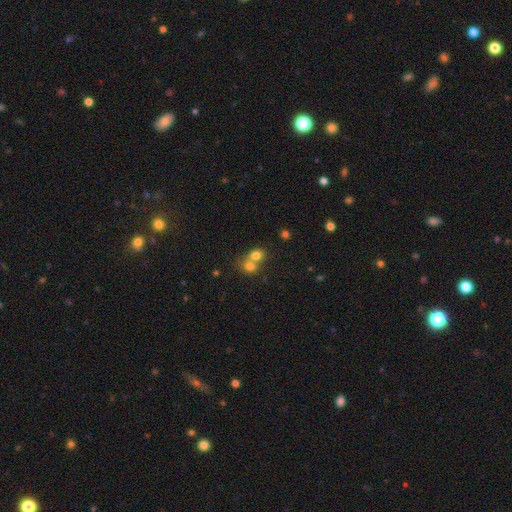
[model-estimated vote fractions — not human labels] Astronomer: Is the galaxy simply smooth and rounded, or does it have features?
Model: smooth — 75%.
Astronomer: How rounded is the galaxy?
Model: round — 68%.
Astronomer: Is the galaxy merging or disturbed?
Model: merger — 64%.